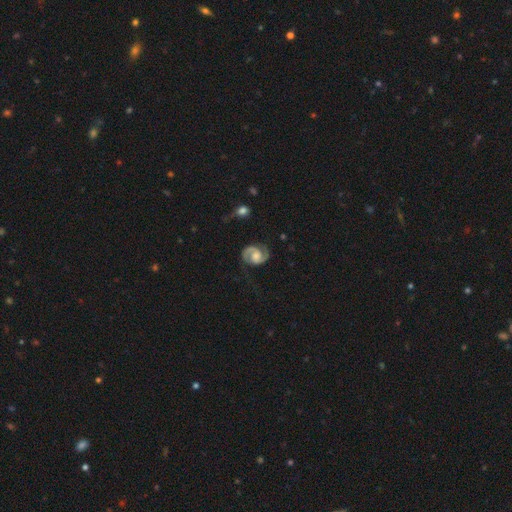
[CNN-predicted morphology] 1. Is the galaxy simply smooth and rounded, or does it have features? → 88% featured or disk, 8% smooth, 5% star or artifact.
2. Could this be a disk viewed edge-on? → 98% no, 2% yes.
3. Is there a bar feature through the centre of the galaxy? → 54% no, 37% weak, 9% strong.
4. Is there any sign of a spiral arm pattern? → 98% yes, 2% no.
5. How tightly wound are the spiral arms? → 52% medium, 32% tight, 16% loose.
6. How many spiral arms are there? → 92% 2, 2% can't tell, 2% 1, 1% 3, 1% 4, 1% more than 4.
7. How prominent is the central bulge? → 52% moderate, 21% small, 14% large, 11% none, 2% dominant.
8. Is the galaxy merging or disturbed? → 73% none, 17% minor disturbance, 8% major disturbance, 2% merger.